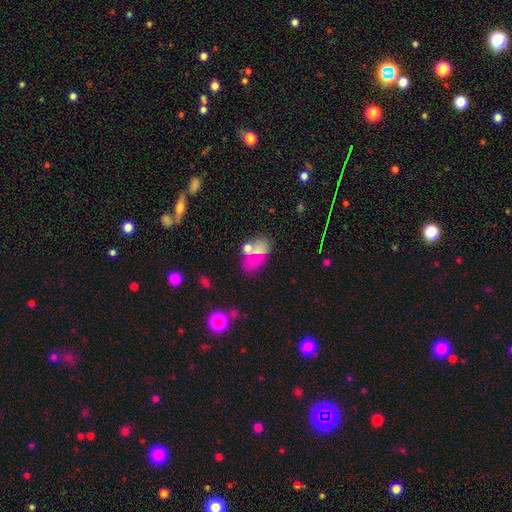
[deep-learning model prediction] Smooth or featured?
  - smooth: 64% *
  - star or artifact: 20%
  - featured or disk: 16%
How rounded?
  - in between: 86% *
  - round: 11%
  - cigar-shaped: 2%
Merging?
  - none: 62% *
  - minor disturbance: 17%
  - merger: 13%
  - major disturbance: 8%